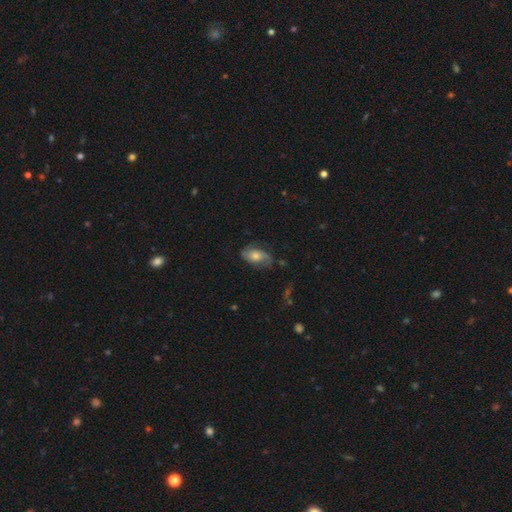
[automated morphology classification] type=featured or disk (56%); edge-on=no (95%); bar=no (74%); spiral arms=yes (84%); bulge=moderate (55%); merging=none (62%).